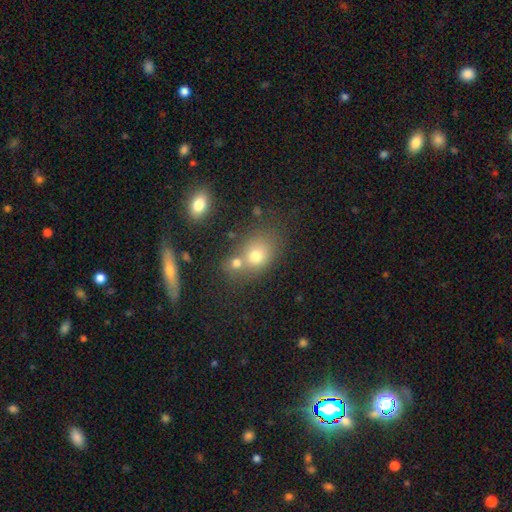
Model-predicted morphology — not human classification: smooth_or_featured: smooth (p=0.70) [alt: featured or disk p=0.16]
how_rounded: in between (p=0.50) [alt: round p=0.48]
merging: none (p=0.49) [alt: merger p=0.33]